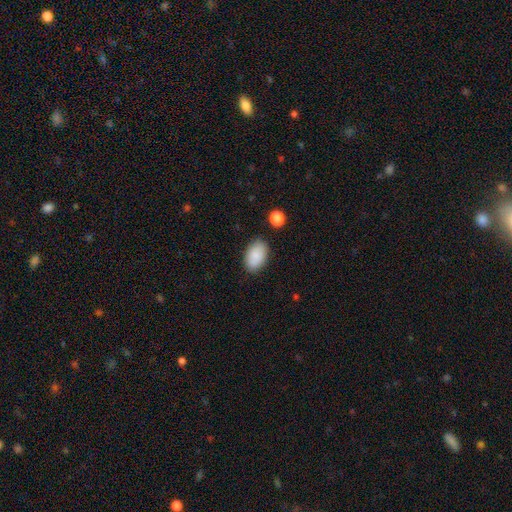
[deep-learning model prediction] Smooth or featured? smooth (87%)
How rounded? in between (92%)
Merging? none (83%)